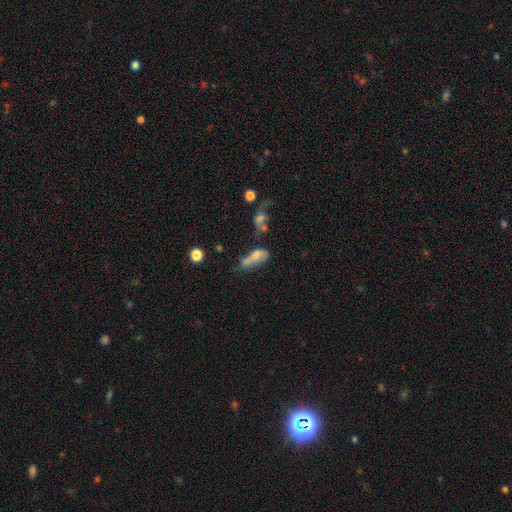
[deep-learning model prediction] Overall: smooth (51%; featured or disk 34%). How rounded: in between (72%). Merging: merger (45%; none 21%).